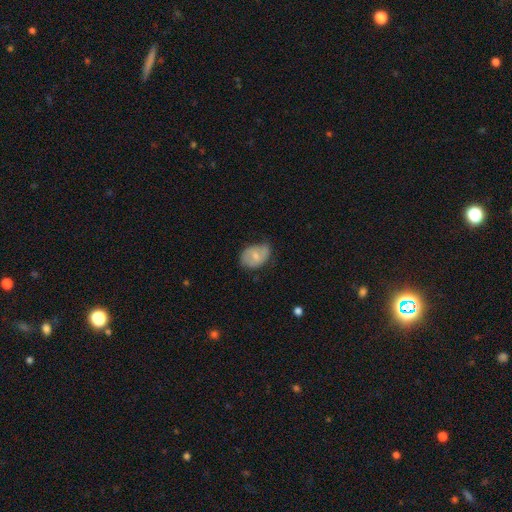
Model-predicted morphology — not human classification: A smooth galaxy with no disk features (58%) that is in between round and cigar-shaped (75%). Merging: none (52%).